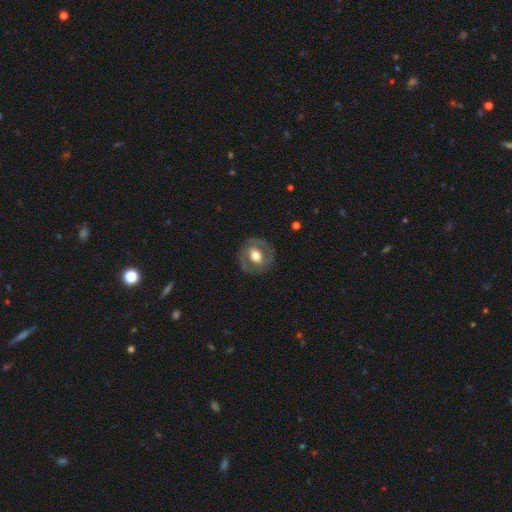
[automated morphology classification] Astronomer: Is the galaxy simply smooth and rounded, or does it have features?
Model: featured or disk — 61%.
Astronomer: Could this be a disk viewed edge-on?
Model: no — 95%.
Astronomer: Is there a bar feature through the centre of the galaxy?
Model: no — 42% (runner-up: weak, 36%).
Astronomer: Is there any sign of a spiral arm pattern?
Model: yes — 53% (runner-up: no, 47%).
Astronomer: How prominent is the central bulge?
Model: moderate — 65%.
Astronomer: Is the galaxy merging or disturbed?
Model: none — 82%.